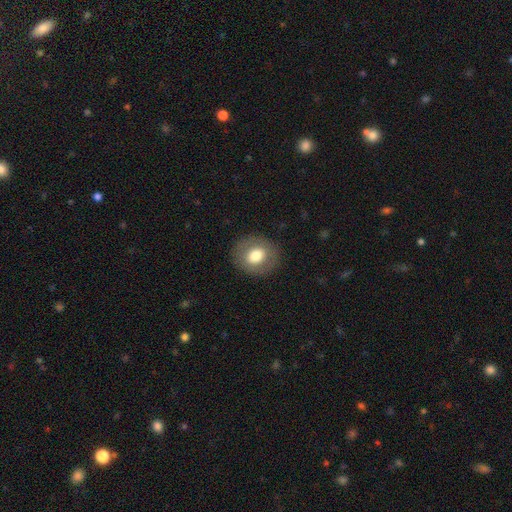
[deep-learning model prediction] Smooth or featured? Predicted: smooth (p=0.71). How rounded? Predicted: round (p=0.68). Merging? Predicted: none (p=0.87).